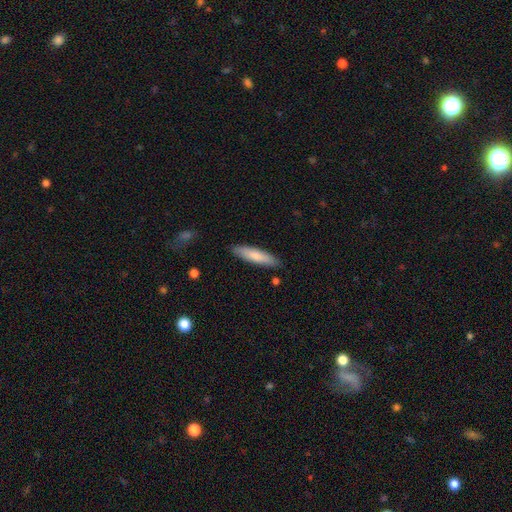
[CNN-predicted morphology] The model was most divided on "how rounded": cigar-shaped: 77%, in between: 21%, round: 1%. More confident: merging — none (88%); smooth or featured — smooth (77%).